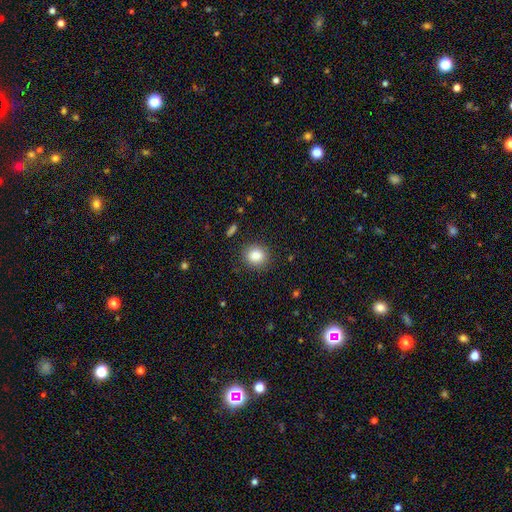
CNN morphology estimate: Smooth or featured? smooth (86%)
How rounded? round (76%)
Merging? none (86%)